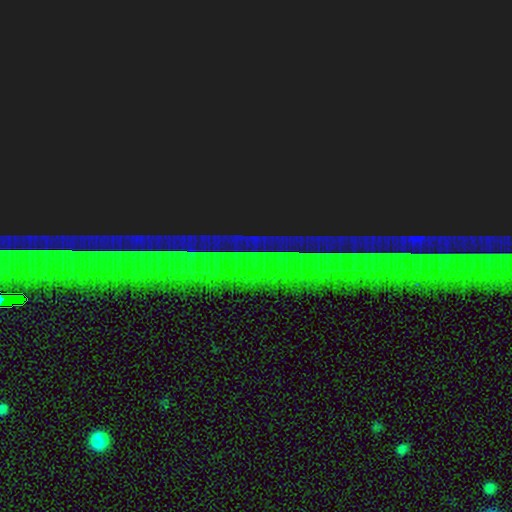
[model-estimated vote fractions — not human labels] star or artifact 84%, featured or disk 9%, smooth 7%.